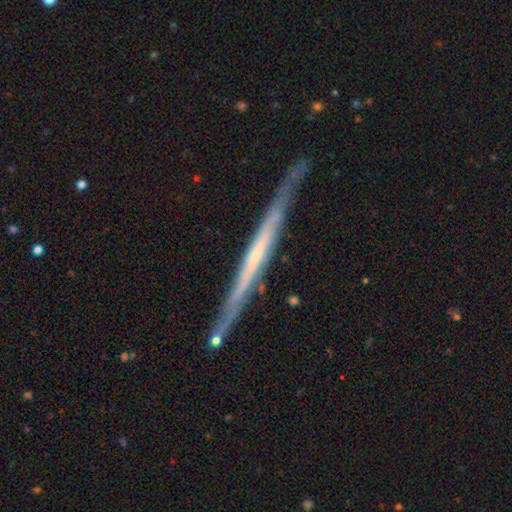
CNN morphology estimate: type=featured or disk (76%); edge-on=yes (96%); edge-on bulge=none (71%); merging=none (81%).